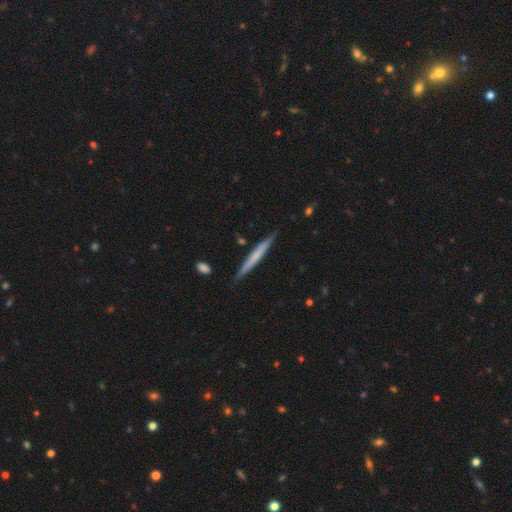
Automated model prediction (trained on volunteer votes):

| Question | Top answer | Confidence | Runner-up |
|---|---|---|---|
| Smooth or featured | smooth | 54% | featured or disk (41%) |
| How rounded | cigar-shaped | 97% | in between (2%) |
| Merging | none | 88% | minor disturbance (9%) |